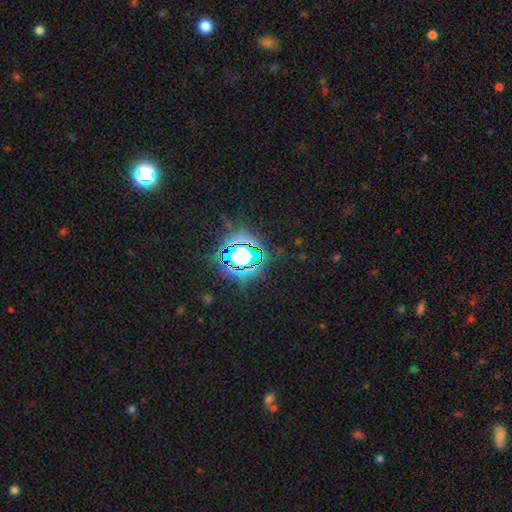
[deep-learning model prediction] Morphology: type=star or artifact (77%).